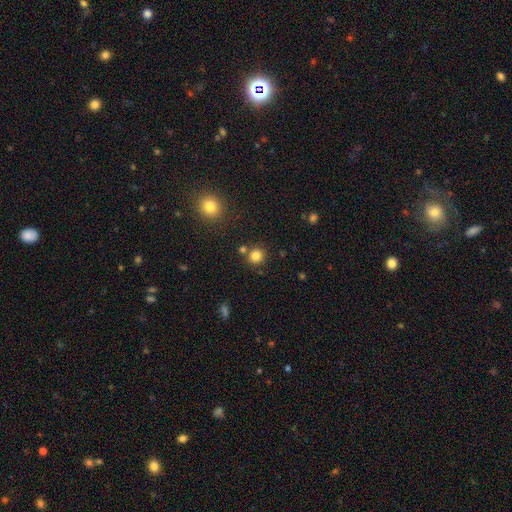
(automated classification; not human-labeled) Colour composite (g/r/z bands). It shows a smooth galaxy with no disk features (82%) that is round (89%). Merging: none (79%).